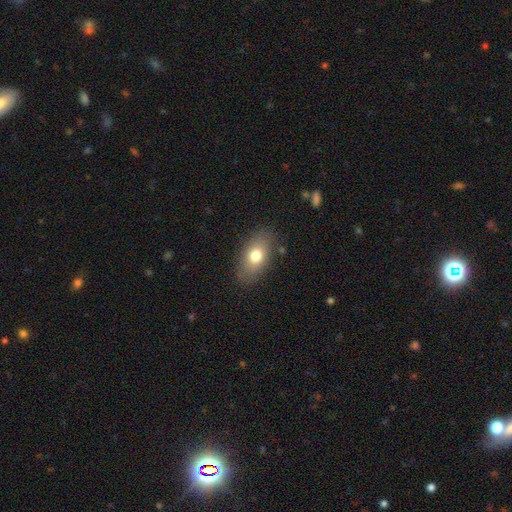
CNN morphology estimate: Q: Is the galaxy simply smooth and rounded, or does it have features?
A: smooth — 75%.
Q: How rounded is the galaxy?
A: in between — 88%.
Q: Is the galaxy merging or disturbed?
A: none — 83%.